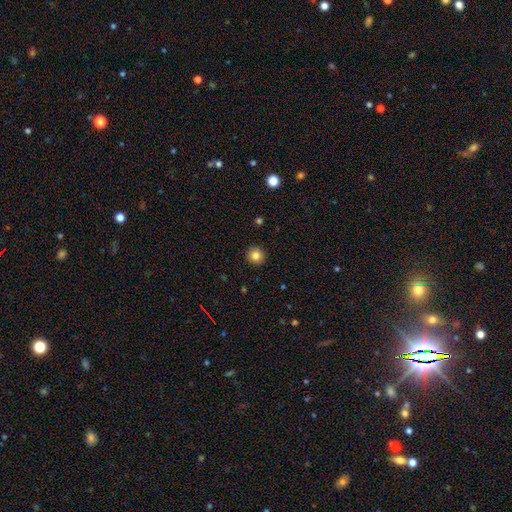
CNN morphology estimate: Q: Smooth or featured?
A: smooth (83%); runner-up: star or artifact (11%)
Q: How rounded?
A: round (95%); runner-up: in between (4%)
Q: Merging?
A: none (93%); runner-up: minor disturbance (5%)